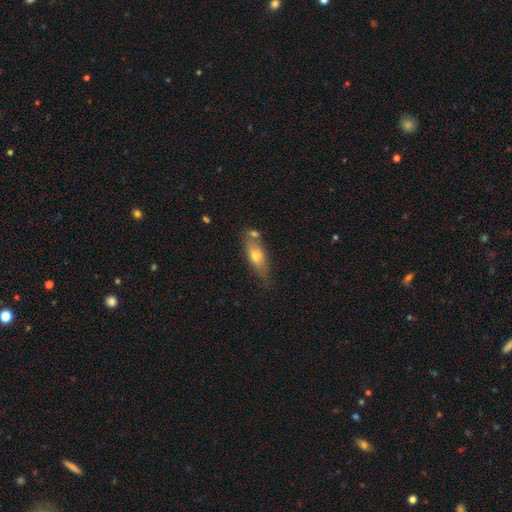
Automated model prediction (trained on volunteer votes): Overall: smooth (59%; featured or disk 33%). How rounded: in between (63%; cigar-shaped 33%). Merging: none (59%; minor disturbance 21%).